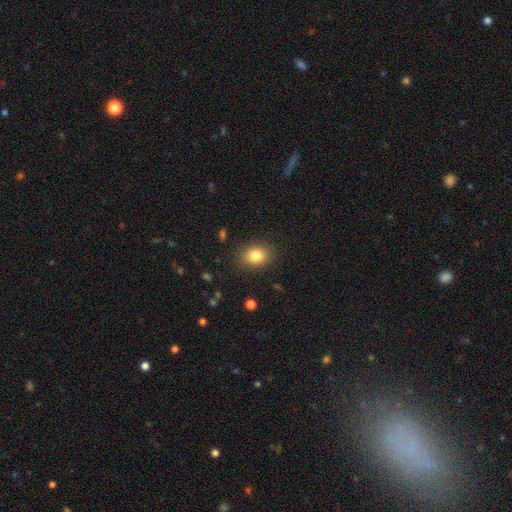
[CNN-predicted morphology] A smooth galaxy with no disk features (84%) that is in between round and cigar-shaped (62%).

Vote fractions:
- Smooth or featured? smooth: 84% / star or artifact: 9% / featured or disk: 7%
- How rounded? in between: 62% / round: 37% / cigar-shaped: 1%
- Merging? none: 86% / minor disturbance: 10% / major disturbance: 3% / merger: 1%